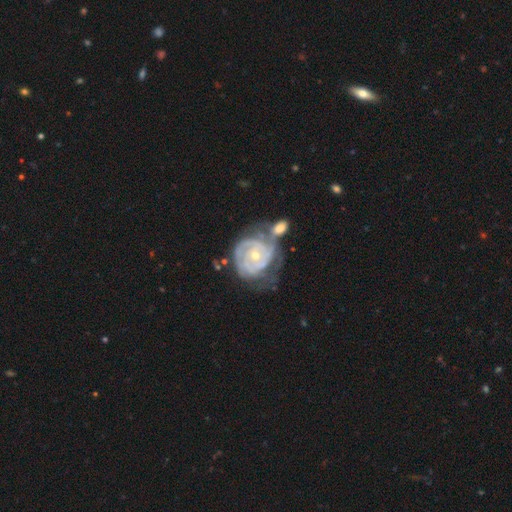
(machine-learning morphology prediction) Overall: featured or disk (87%). Edge-on disk: no (98%). Bar: no (74%). Spiral arms: yes (95%). Spiral arm count: 2 (32%; can't tell 30%). Spiral winding: tight (77%). Bulge size: small (59%; moderate 38%). Merging: none (35%; merger 26%).